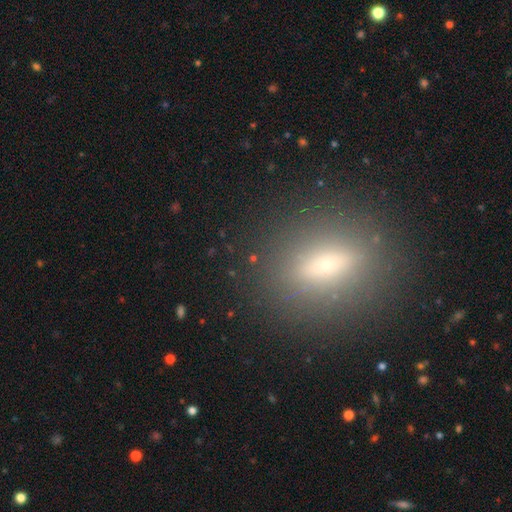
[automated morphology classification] Overall: smooth (59%; featured or disk 23%). How rounded: in between (58%; round 23%). Merging: none (88%).